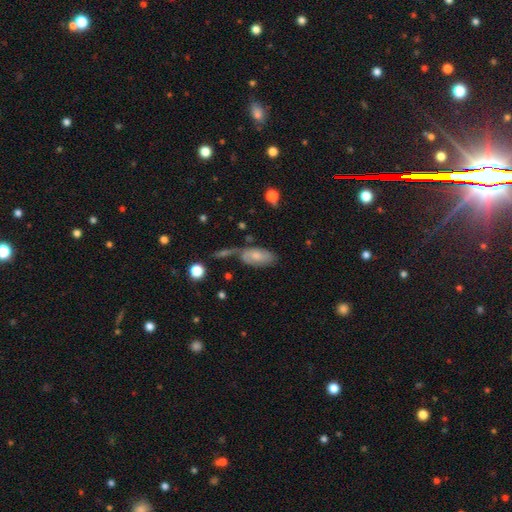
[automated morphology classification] smooth 49%, featured or disk 43%, star or artifact 8%. Down the decision tree: merging — none (47%).